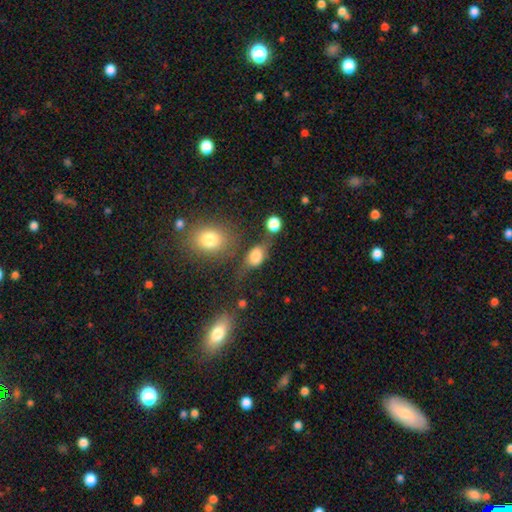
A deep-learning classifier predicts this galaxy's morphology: This is likely a smooth galaxy (72%). How rounded: likely in between (74%). Merging: marginally none (42%).